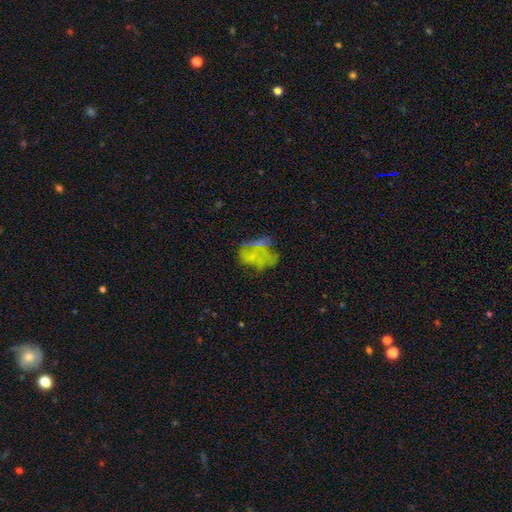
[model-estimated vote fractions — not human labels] A featured or disk galaxy (50%). Merging: none (35%).